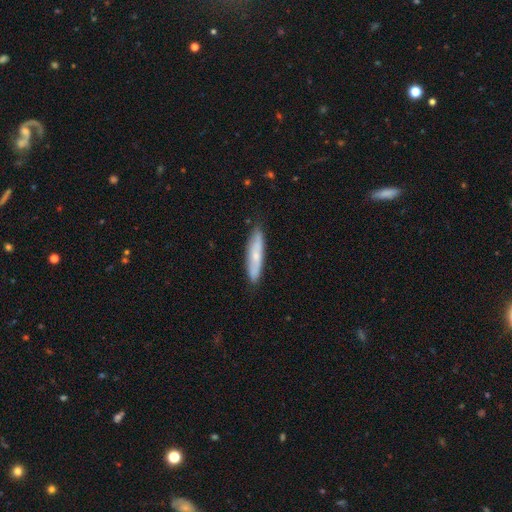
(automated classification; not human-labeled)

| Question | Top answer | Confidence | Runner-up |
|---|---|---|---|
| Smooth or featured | smooth | 58% | featured or disk (36%) |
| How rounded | cigar-shaped | 82% | in between (16%) |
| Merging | none | 85% | minor disturbance (12%) |